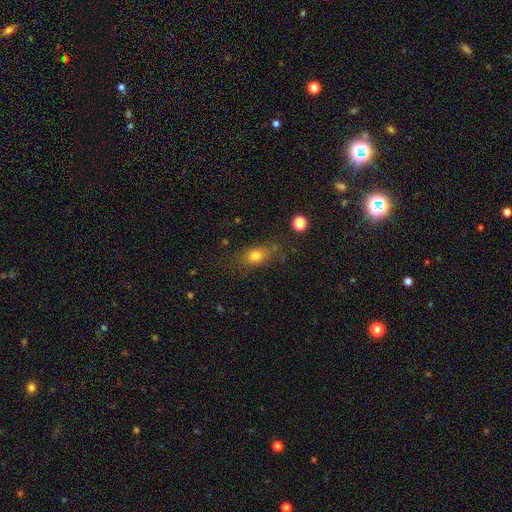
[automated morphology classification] This appears to be a smooth galaxy with no disk features (76%) that is in between round and cigar-shaped (68%). Merging: none (70%).